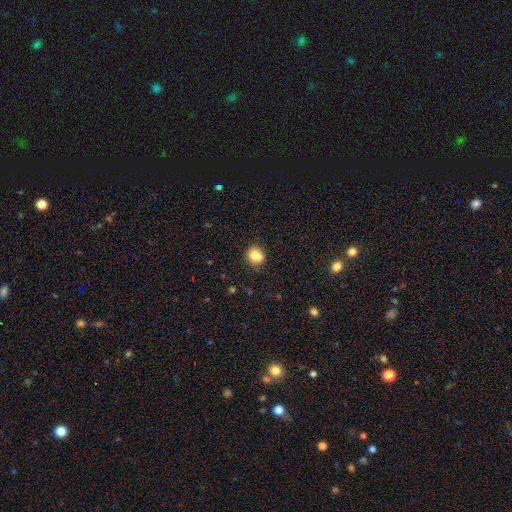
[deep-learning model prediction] A smooth galaxy with no disk features (84%) that is round (58%). Merging: none (76%).